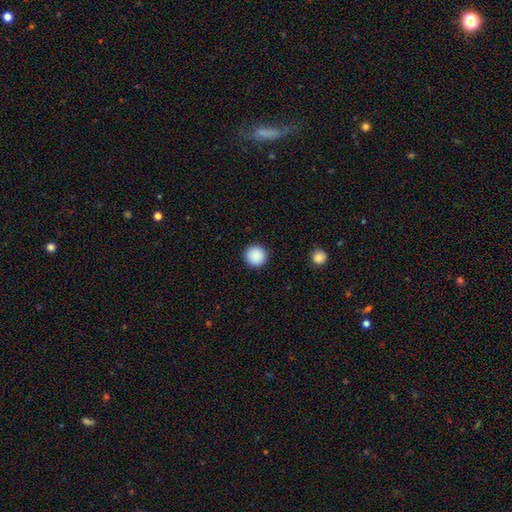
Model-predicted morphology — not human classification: smooth-or-featured: smooth: 89% | star or artifact: 8% | featured or disk: 2%
  how-rounded: round: 96% | in between: 3% | cigar-shaped: 1%
  merging: none: 93% | minor disturbance: 5% | major disturbance: 2% | merger: 1%